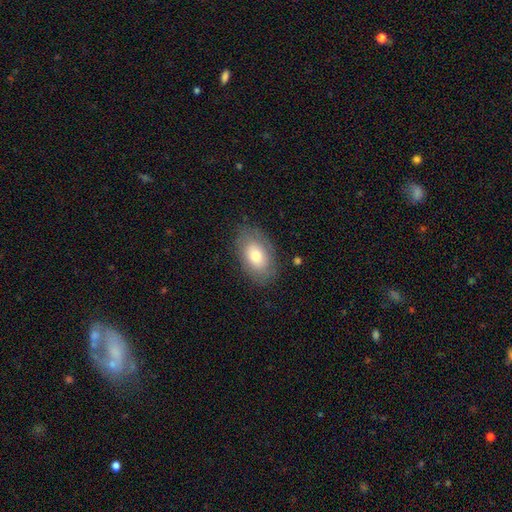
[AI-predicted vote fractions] Smooth or featured? Predicted: smooth (p=0.71). How rounded? Predicted: in between (p=0.90). Merging? Predicted: none (p=0.81).